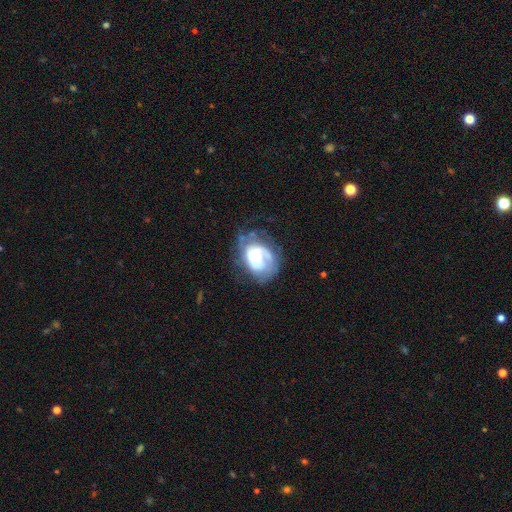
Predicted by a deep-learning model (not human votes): This is likely a featured or disk galaxy (76%). It is clearly not viewed edge-on (97%). Bar: likely no (69%). Spiral arm pattern: clearly yes (87%). Spiral arm count: marginally 2 (34%). Spiral winding: possibly tight (49%). Central bulge: possibly moderate (52%). Merging: possibly none (55%).